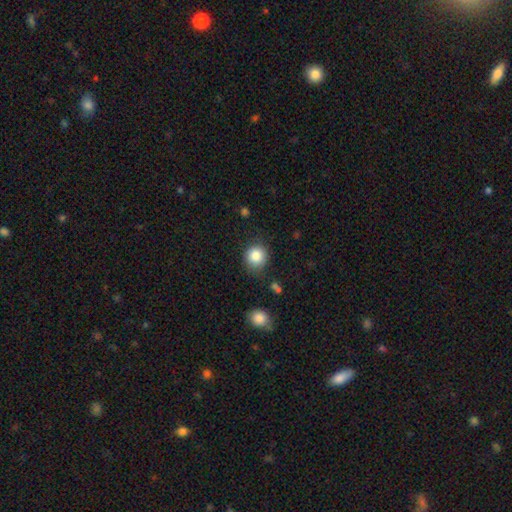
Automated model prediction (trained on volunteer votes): smooth-or-featured: smooth: 85% | star or artifact: 10% | featured or disk: 5%
  how-rounded: round: 86% | in between: 13% | cigar-shaped: 1%
  merging: none: 82% | minor disturbance: 12% | major disturbance: 3% | merger: 3%